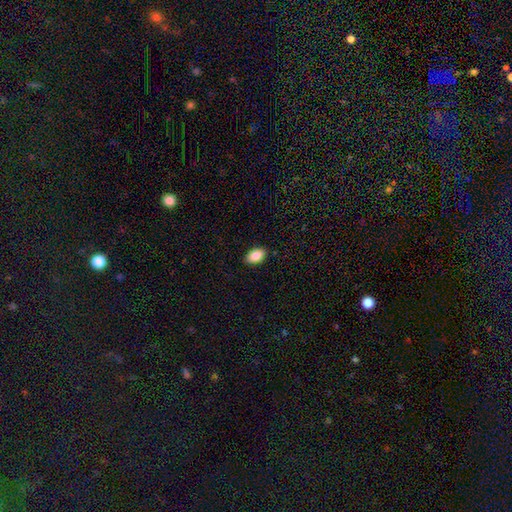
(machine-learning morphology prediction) Smooth or featured: smooth — 87% (star or artifact — 7%)
How rounded: in between — 90% (round — 9%)
Merging: none — 88% (minor disturbance — 9%)